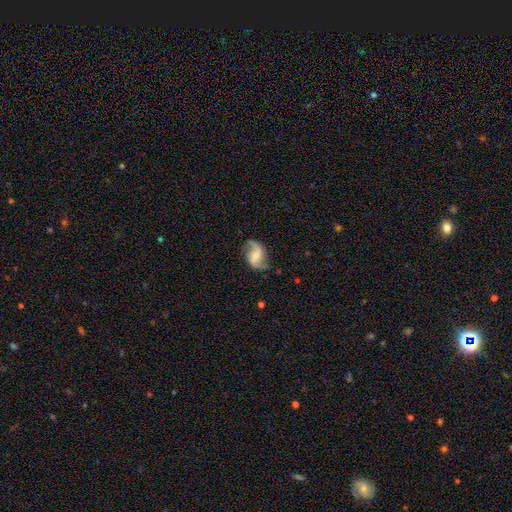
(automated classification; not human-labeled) Overall: featured or disk (81%). Edge-on disk: no (98%). Bar: weak (47%; no 36%). Spiral arms: yes (96%). Spiral arm count: 2 (89%). Spiral winding: loose (61%; medium 31%). Bulge size: small (46%; moderate 42%). Merging: none (74%).